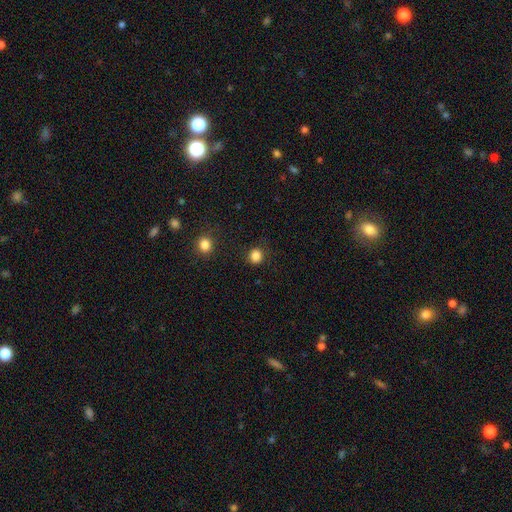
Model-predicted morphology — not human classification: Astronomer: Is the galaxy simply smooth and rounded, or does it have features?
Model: smooth — 84%.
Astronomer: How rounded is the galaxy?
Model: round — 88%.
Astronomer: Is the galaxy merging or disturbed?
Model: none — 86%.